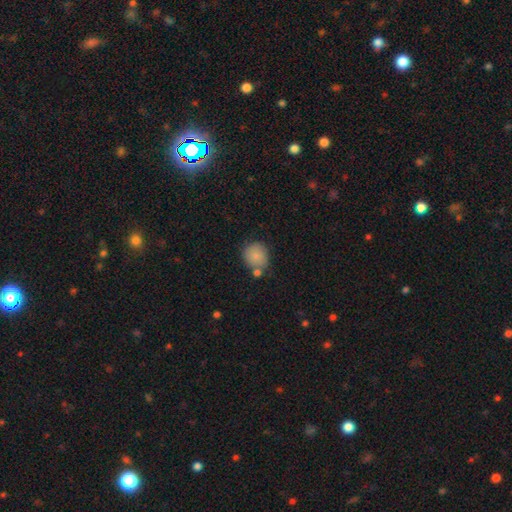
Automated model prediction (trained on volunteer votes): smooth 84%, star or artifact 9%, featured or disk 7%. Down the decision tree: how rounded — round (85%); merging — none (66%).